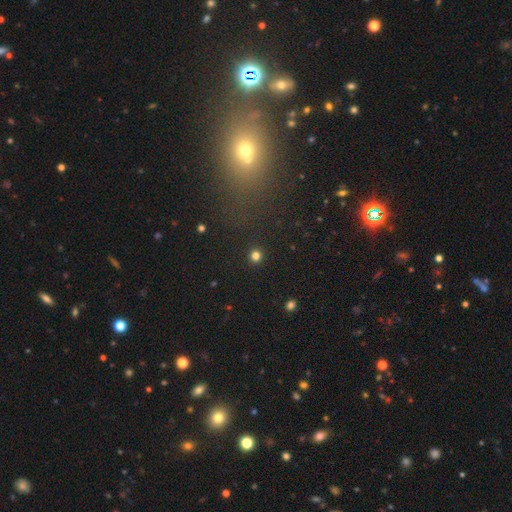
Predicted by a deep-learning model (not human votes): smooth_or_featured: smooth (p=0.80) [alt: star or artifact p=0.16]
how_rounded: round (p=0.94) [alt: in between p=0.05]
merging: none (p=0.93) [alt: minor disturbance p=0.04]